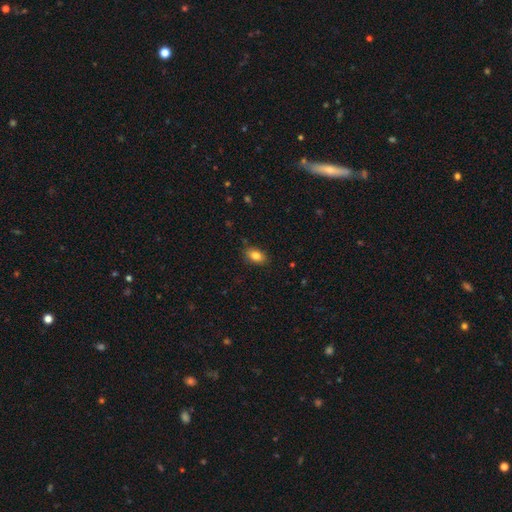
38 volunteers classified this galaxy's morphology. Smooth or featured: smooth — 87% (star or artifact — 8%)
How rounded: in between — 97% (round — 3%)
Merging: none — 83% (minor disturbance — 11%)